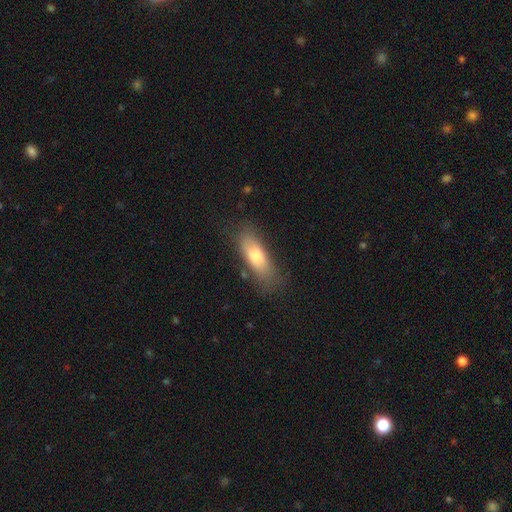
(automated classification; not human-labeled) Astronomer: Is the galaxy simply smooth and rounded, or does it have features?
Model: smooth — 72%.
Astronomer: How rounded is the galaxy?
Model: in between — 63%.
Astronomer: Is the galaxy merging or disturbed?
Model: none — 67%.